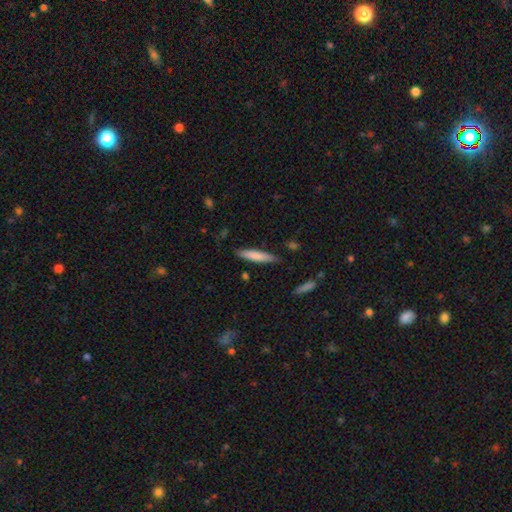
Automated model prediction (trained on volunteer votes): Smooth or featured: smooth — 77% (featured or disk — 17%)
How rounded: cigar-shaped — 86% (in between — 12%)
Merging: none — 84% (minor disturbance — 12%)